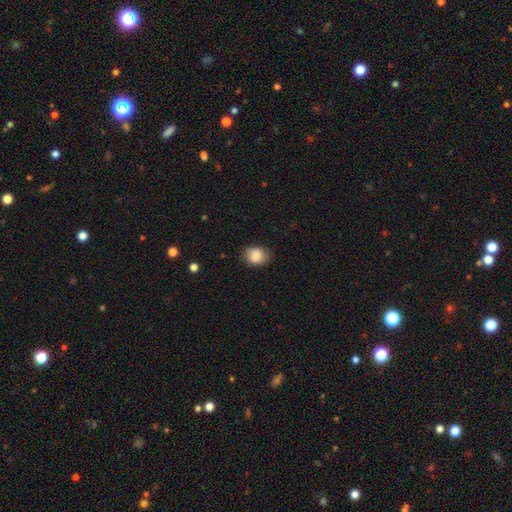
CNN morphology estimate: Smooth or featured: smooth — 83% (featured or disk — 9%)
How rounded: round — 55% (in between — 44%)
Merging: none — 75% (minor disturbance — 20%)